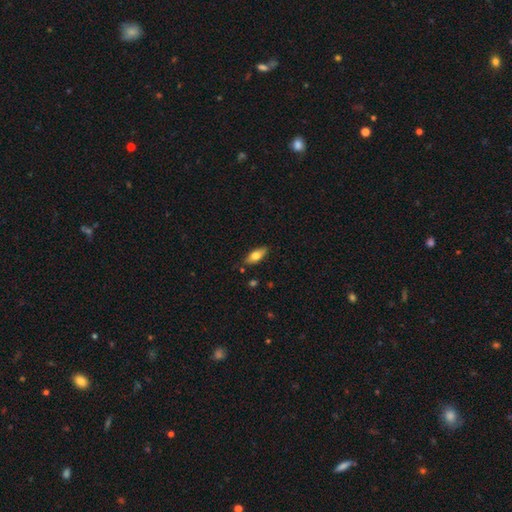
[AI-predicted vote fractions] Smooth or featured? smooth (70%)
How rounded? in between (77%)
Merging? none (84%)